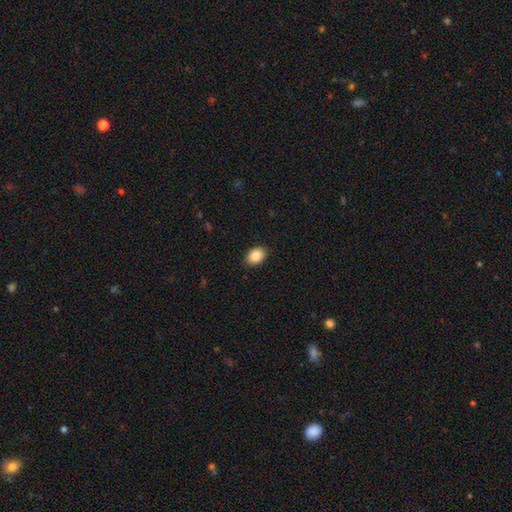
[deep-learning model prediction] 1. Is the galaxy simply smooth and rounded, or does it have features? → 88% smooth, 8% star or artifact, 4% featured or disk.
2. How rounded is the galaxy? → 75% in between, 24% round, 1% cigar-shaped.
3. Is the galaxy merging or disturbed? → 89% none, 8% minor disturbance, 2% major disturbance, 1% merger.